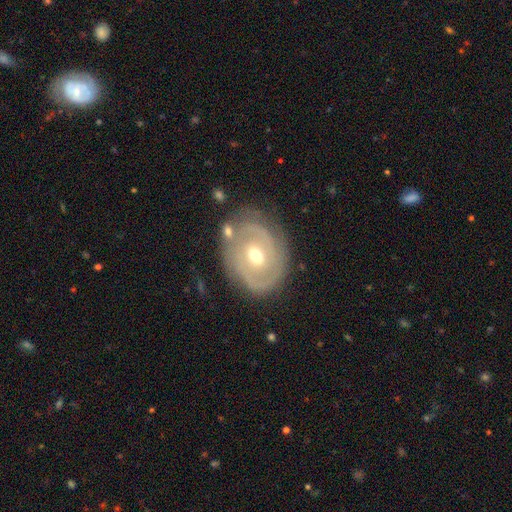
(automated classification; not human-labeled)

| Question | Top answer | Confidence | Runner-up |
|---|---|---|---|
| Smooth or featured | featured or disk | 77% | smooth (17%) |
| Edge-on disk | no | 96% | yes (4%) |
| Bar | weak | 44% | tied: no (44%) |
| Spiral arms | yes | 80% | no (20%) |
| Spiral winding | tight | 63% | medium (27%) |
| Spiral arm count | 2 | 50% | can't tell (28%) |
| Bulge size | moderate | 63% | small (32%) |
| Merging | none | 70% | minor disturbance (18%) |